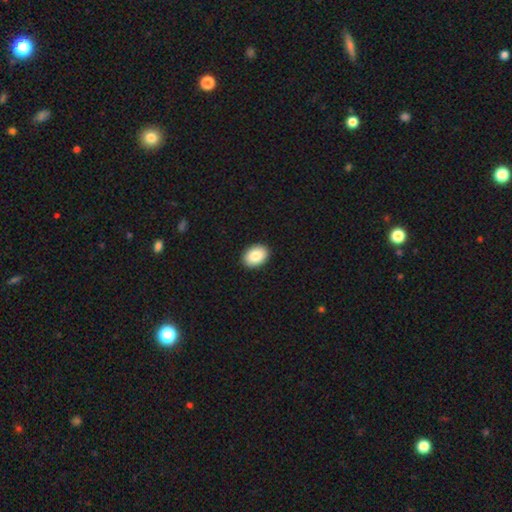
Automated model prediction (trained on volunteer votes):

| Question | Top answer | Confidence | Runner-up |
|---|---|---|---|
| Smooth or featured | smooth | 87% | star or artifact (7%) |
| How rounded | in between | 81% | round (18%) |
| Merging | none | 92% | minor disturbance (6%) |